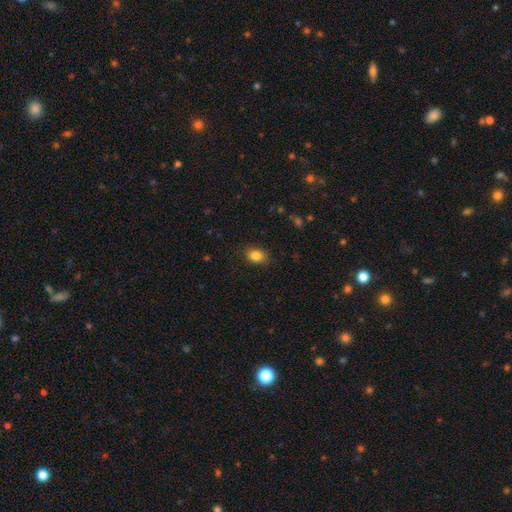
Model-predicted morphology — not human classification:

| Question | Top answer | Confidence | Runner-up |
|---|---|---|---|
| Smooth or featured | smooth | 85% | star or artifact (9%) |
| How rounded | in between | 71% | round (28%) |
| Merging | none | 84% | minor disturbance (12%) |